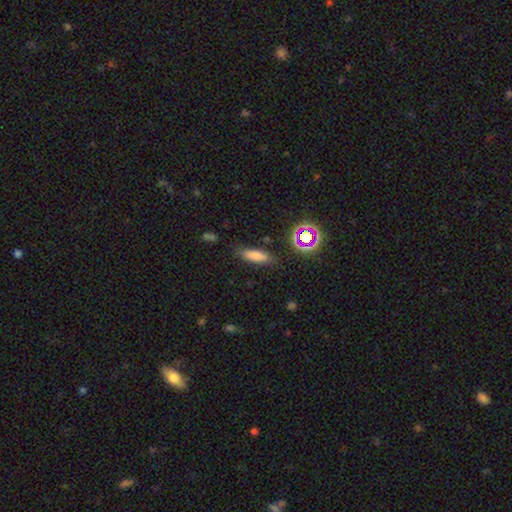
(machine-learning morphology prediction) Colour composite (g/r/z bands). It shows a smooth galaxy with no disk features (76%) that is in between round and cigar-shaped (49%). Merging: none (81%).